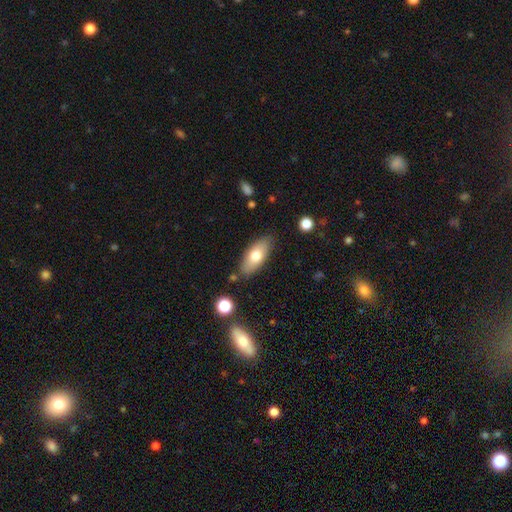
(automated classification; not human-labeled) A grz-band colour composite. It shows a smooth galaxy with no disk features (71%) that is in between round and cigar-shaped (81%). Merging: none (81%).